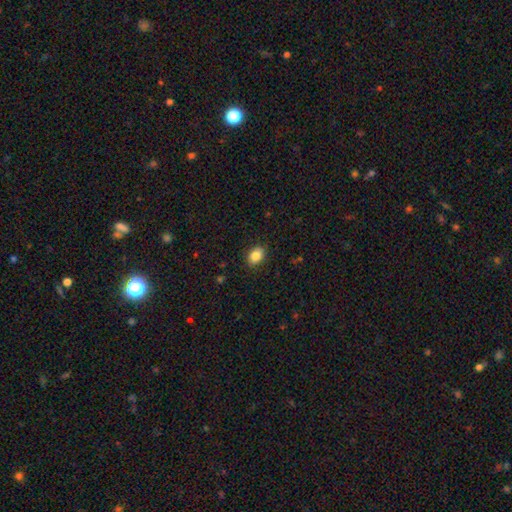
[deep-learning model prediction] A smooth galaxy with no disk features (86%) that is in between round and cigar-shaped (75%). Merging: none (89%).